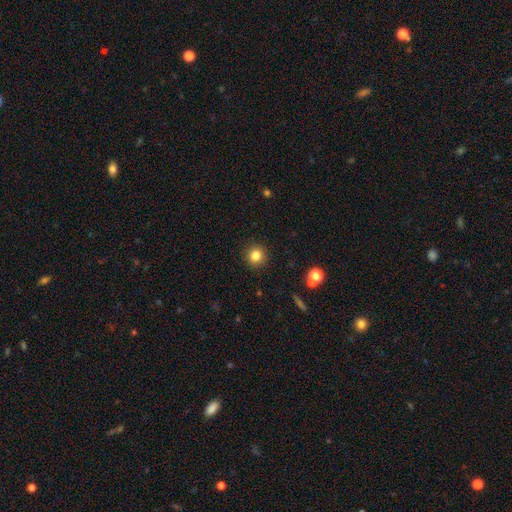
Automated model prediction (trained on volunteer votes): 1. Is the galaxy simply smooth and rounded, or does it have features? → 83% smooth, 11% star or artifact, 6% featured or disk.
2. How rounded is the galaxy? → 94% round, 5% in between, 1% cigar-shaped.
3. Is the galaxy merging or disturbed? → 91% none, 5% minor disturbance, 2% major disturbance, 1% merger.